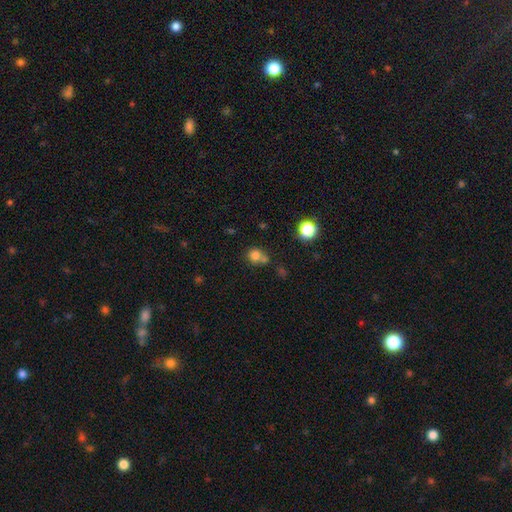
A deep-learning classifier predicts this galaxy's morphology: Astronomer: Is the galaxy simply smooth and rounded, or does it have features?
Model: smooth — 78%.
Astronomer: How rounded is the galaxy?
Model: round — 84%.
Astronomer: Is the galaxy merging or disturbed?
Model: none — 52% (runner-up: merger, 32%).